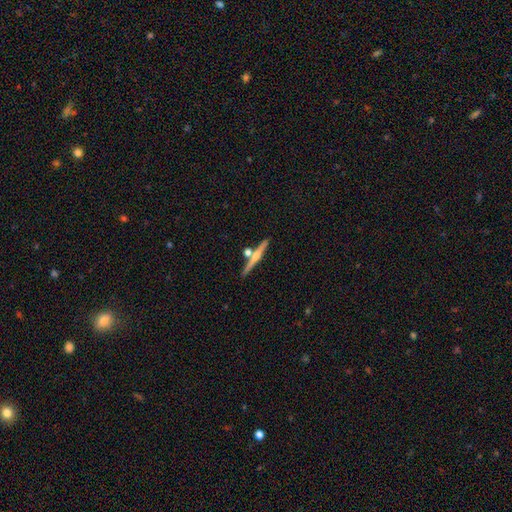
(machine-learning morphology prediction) Smooth or featured?
  - featured or disk: 63% *
  - smooth: 30%
  - star or artifact: 7%
Edge-on disk?
  - yes: 97% *
  - no: 3%
Edge-on bulge?
  - rounded: 83% *
  - none: 11%
  - boxy: 5%
Merging?
  - none: 75% *
  - merger: 15%
  - minor disturbance: 8%
  - major disturbance: 2%